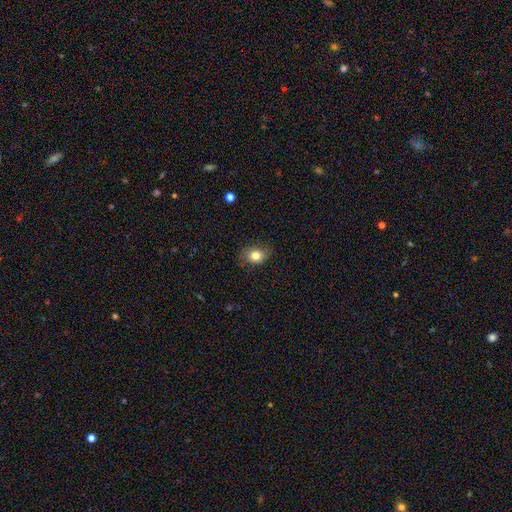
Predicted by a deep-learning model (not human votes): Smooth or featured? smooth (81%)
How rounded? in between (56%)
Merging? none (78%)